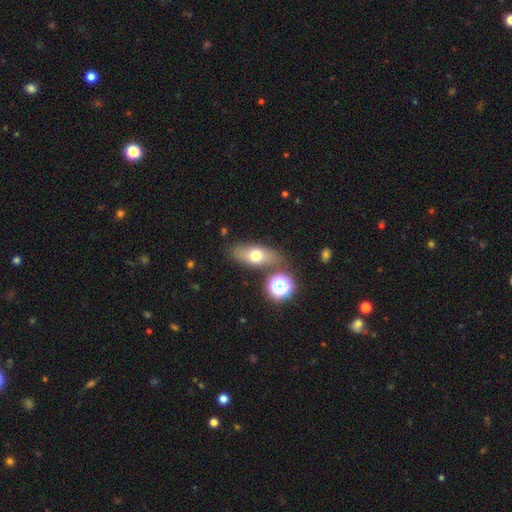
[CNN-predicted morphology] Q: Smooth or featured?
A: smooth (66%); runner-up: featured or disk (24%)
Q: How rounded?
A: in between (75%); runner-up: cigar-shaped (15%)
Q: Merging?
A: none (74%); runner-up: minor disturbance (13%)